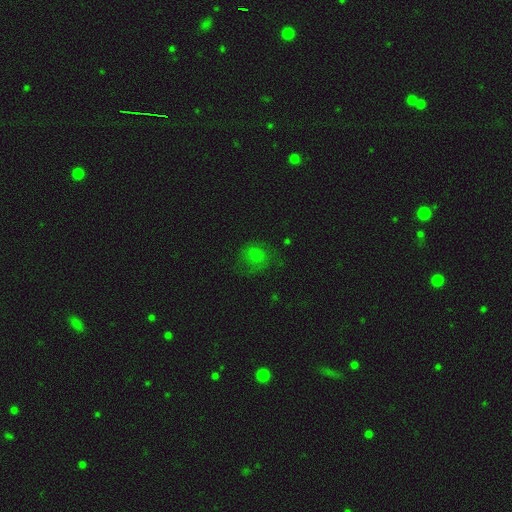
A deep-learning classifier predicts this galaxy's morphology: A smooth galaxy with no disk features (62%) that is round (69%). Merging: none (54%).